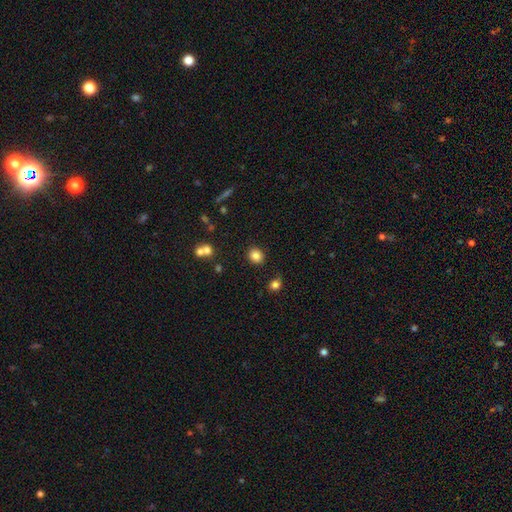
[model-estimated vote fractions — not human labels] This is clearly a smooth galaxy (83%). How rounded: likely round (68%). Merging: clearly none (86%).